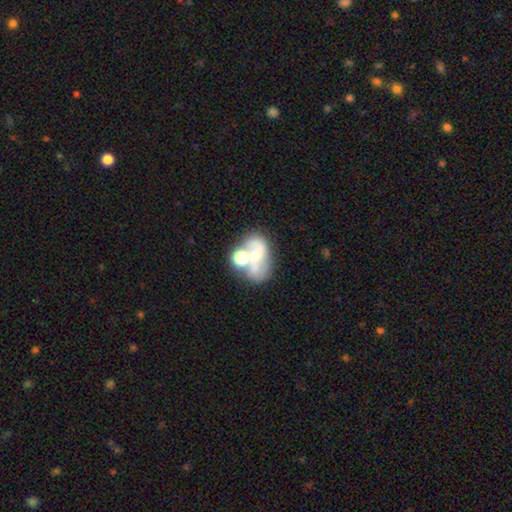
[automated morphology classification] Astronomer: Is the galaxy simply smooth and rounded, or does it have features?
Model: featured or disk — 51% (runner-up: smooth, 33%).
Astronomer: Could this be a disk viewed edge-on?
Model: no — 97%.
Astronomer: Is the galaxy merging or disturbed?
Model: merger — 36% (runner-up: none, 33%).